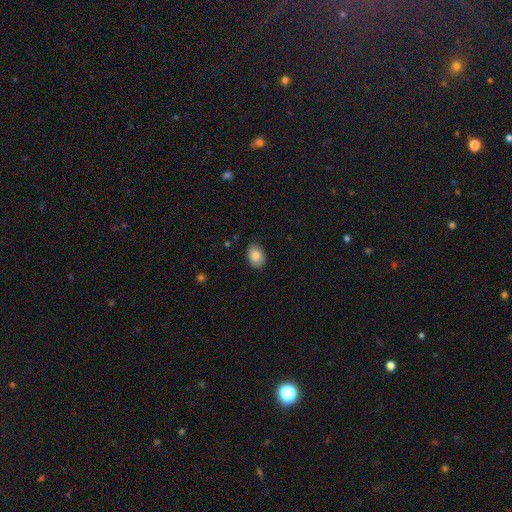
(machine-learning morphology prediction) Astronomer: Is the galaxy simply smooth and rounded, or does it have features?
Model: smooth — 84%.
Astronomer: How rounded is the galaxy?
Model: in between — 82%.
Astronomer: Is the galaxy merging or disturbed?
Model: none — 84%.